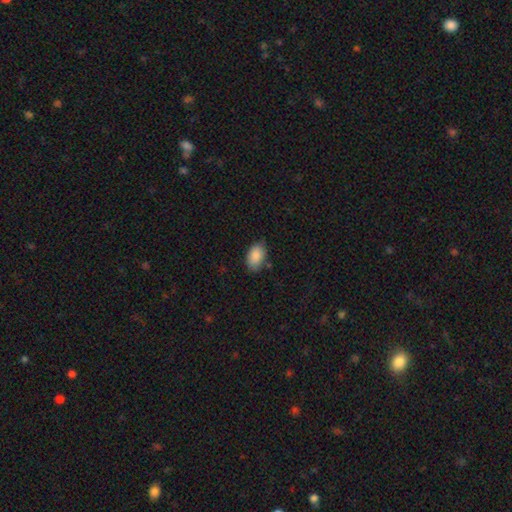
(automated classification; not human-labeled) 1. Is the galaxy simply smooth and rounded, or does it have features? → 88% smooth, 7% star or artifact, 5% featured or disk.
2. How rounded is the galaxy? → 91% in between, 7% round, 1% cigar-shaped.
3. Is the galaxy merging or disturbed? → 74% none, 20% minor disturbance, 4% major disturbance, 2% merger.